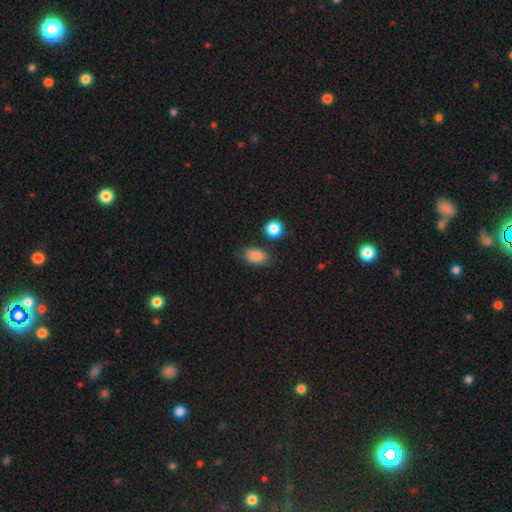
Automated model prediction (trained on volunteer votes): A smooth galaxy with no disk features (87%) that is in between round and cigar-shaped (88%).

Vote fractions:
- Smooth or featured? smooth: 87% / star or artifact: 9% / featured or disk: 5%
- How rounded? in between: 88% / round: 10% / cigar-shaped: 3%
- Merging? none: 78% / minor disturbance: 15% / major disturbance: 4% / merger: 3%